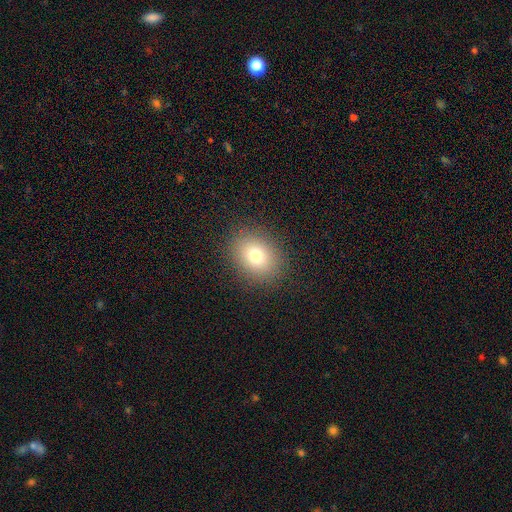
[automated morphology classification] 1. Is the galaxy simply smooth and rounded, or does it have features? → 76% smooth, 13% star or artifact, 11% featured or disk.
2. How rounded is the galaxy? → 56% in between, 43% round, 1% cigar-shaped.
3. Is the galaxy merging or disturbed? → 88% none, 8% minor disturbance, 3% major disturbance, 1% merger.